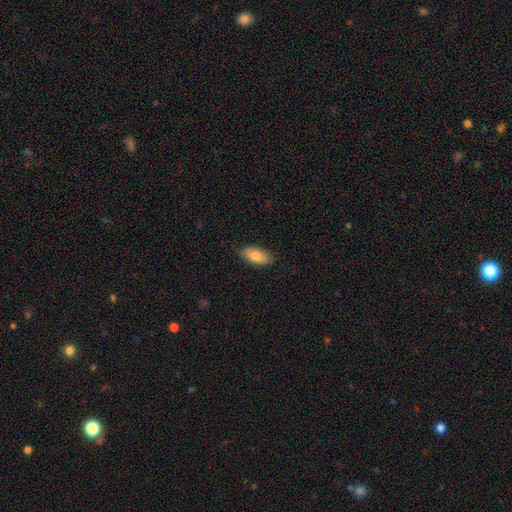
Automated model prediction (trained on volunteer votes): smooth_or_featured: smooth (p=0.80) [alt: featured or disk p=0.14]
how_rounded: in between (p=0.90) [alt: cigar-shaped p=0.08]
merging: none (p=0.84) [alt: minor disturbance p=0.13]